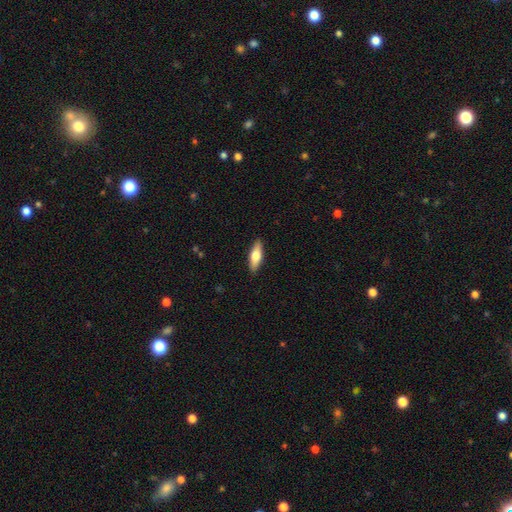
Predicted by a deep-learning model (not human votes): smooth_or_featured: smooth (p=0.64) [alt: featured or disk p=0.30]
how_rounded: in between (p=0.59) [alt: cigar-shaped p=0.39]
merging: none (p=0.89) [alt: minor disturbance p=0.08]